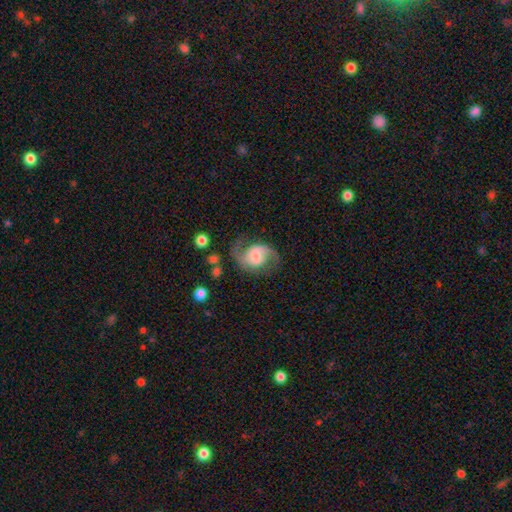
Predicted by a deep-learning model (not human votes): A featured or disk galaxy (81%) with a weak bar (48%), 2 (91%) medium (50%) spiral arms (95%) and a moderate central bulge (40%).

Vote fractions:
- Smooth or featured? featured or disk: 81% / smooth: 13% / star or artifact: 6%
- Edge-on disk? no: 98% / yes: 2%
- Bar? weak: 48% / no: 37% / strong: 16%
- Spiral arms? yes: 95% / no: 5%
- Spiral winding? medium: 50% / loose: 38% / tight: 12%
- Spiral arm count? 2: 91% / can't tell: 3% / 1: 3% / 3: 1% / 4: 1% / more than 4: 1%
- Bulge size? moderate: 40% / small: 34% / large: 14% / none: 9% / dominant: 3%
- Merging? none: 69% / minor disturbance: 17% / major disturbance: 12% / merger: 2%